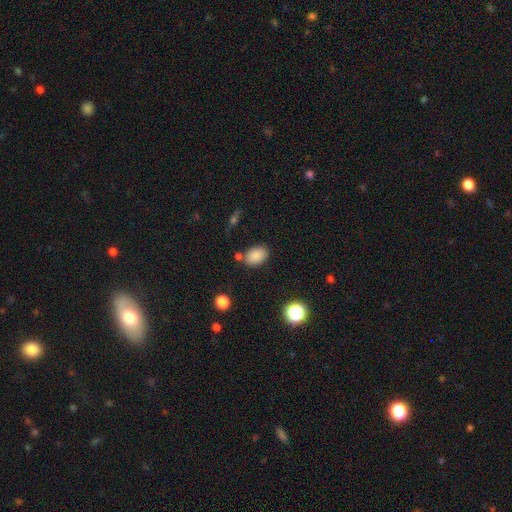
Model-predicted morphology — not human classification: Overall: smooth (85%). How rounded: in between (85%). Merging: none (76%).